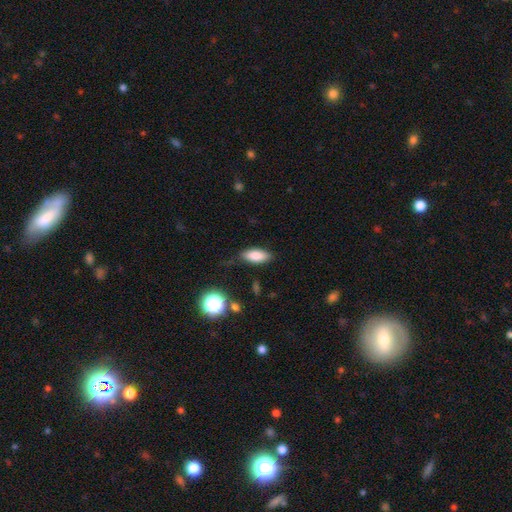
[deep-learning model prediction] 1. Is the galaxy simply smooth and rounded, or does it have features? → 82% smooth, 10% featured or disk, 9% star or artifact.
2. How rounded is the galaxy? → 81% in between, 16% cigar-shaped, 3% round.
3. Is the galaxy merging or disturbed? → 76% none, 17% minor disturbance, 5% major disturbance, 2% merger.